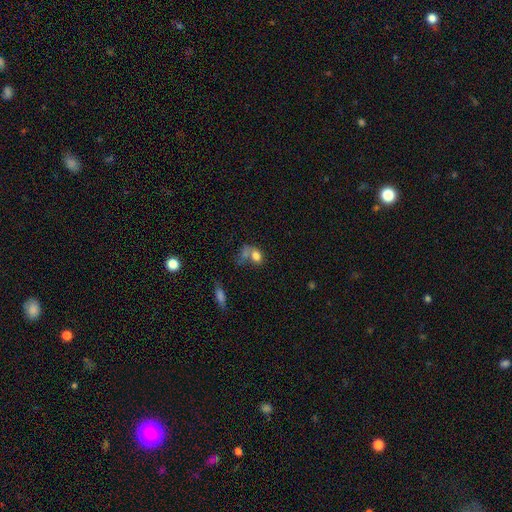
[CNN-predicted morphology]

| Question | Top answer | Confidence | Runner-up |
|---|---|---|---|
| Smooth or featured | smooth | 74% | featured or disk (14%) |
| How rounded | in between | 64% | round (33%) |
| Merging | merger | 43% | none (28%) |